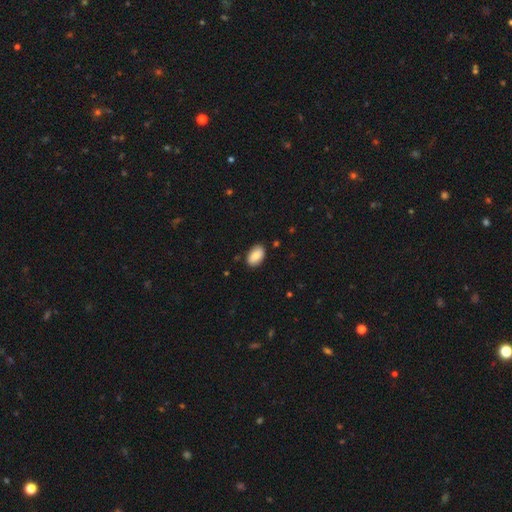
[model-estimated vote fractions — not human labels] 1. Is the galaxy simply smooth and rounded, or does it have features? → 85% smooth, 9% featured or disk, 7% star or artifact.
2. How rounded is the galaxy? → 93% in between, 6% round, 1% cigar-shaped.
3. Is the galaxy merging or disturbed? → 87% none, 10% minor disturbance, 2% major disturbance, 1% merger.